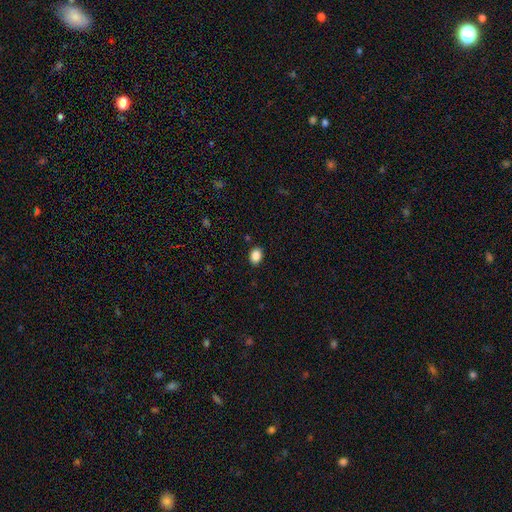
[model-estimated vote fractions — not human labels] smooth-or-featured: smooth: 87% | star or artifact: 9% | featured or disk: 4%
  how-rounded: in between: 66% | round: 33% | cigar-shaped: 1%
  merging: none: 89% | minor disturbance: 8% | major disturbance: 2% | merger: 1%